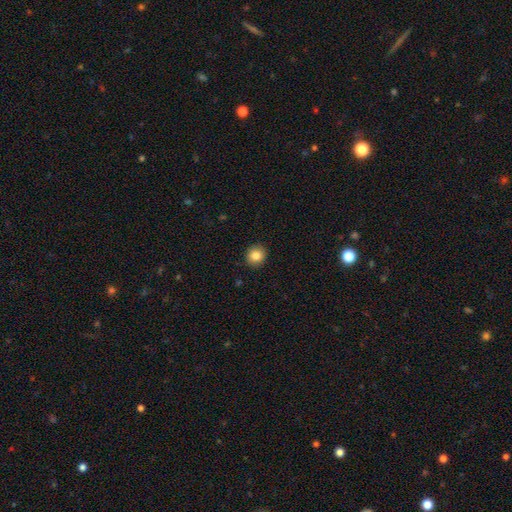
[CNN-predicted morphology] Smooth or featured? smooth (85%)
How rounded? round (87%)
Merging? none (91%)